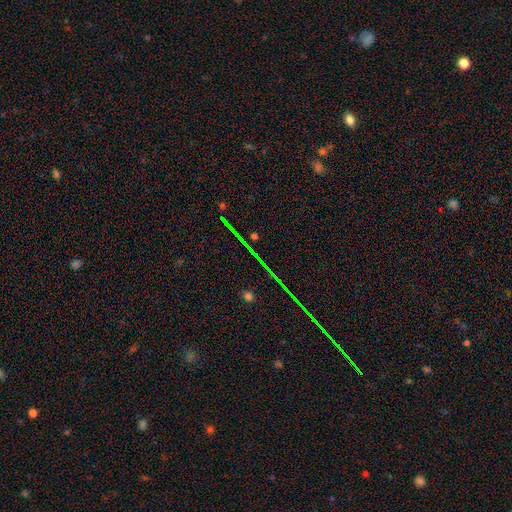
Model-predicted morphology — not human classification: The model was most divided on "smooth or featured": star or artifact: 80%, smooth: 10%, featured or disk: 9%.